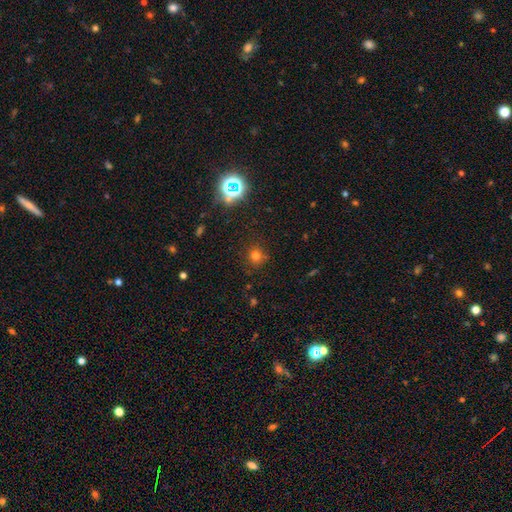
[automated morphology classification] Smooth or featured: smooth — 70% (star or artifact — 23%)
How rounded: round — 90% (in between — 9%)
Merging: none — 82% (minor disturbance — 11%)